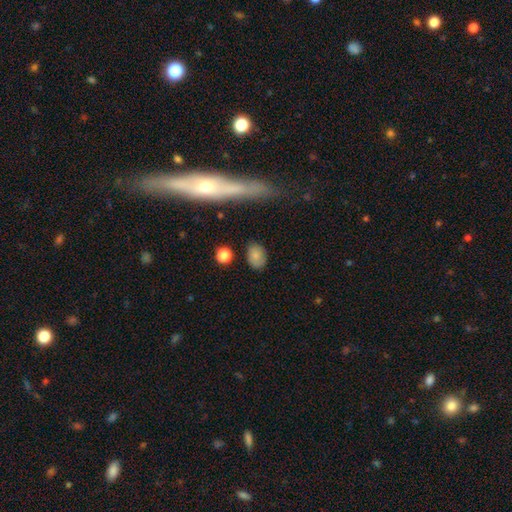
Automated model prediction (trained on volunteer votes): A smooth galaxy with no disk features (80%) that is in between round and cigar-shaped (76%).

Vote fractions:
- Smooth or featured? smooth: 80% / star or artifact: 10% / featured or disk: 10%
- How rounded? in between: 76% / round: 23% / cigar-shaped: 2%
- Merging? none: 79% / minor disturbance: 15% / major disturbance: 4% / merger: 2%